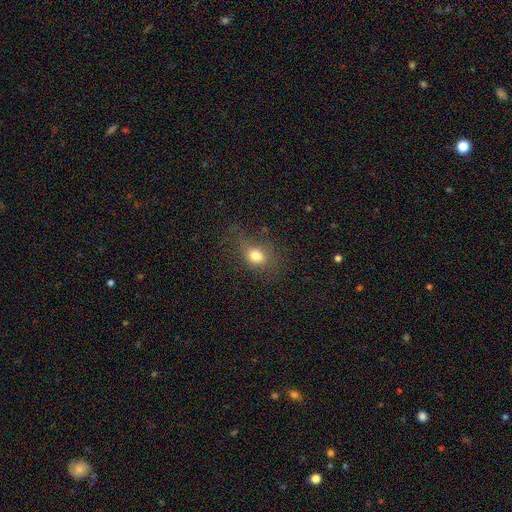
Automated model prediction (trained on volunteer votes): Smooth or featured? Predicted: smooth (p=0.75). How rounded? Predicted: in between (p=0.60). Merging? Predicted: none (p=0.58).